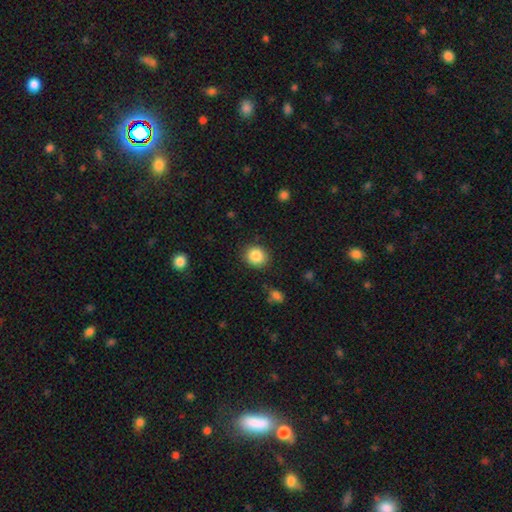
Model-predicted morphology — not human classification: This appears to be a smooth galaxy with no disk features (87%) that is round (76%). Merging: none (87%).